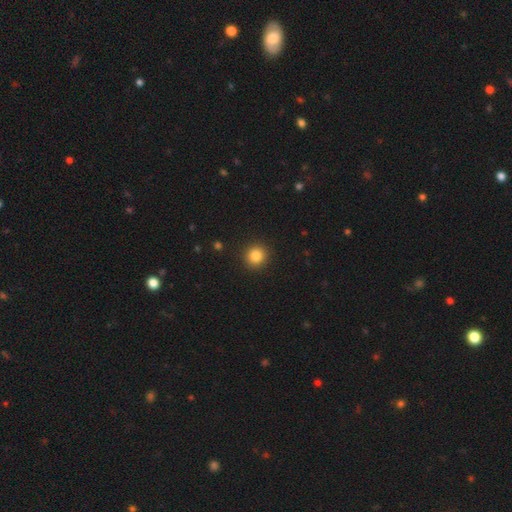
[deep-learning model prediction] Smooth or featured?
  - smooth: 84% *
  - star or artifact: 11%
  - featured or disk: 5%
How rounded?
  - round: 93% *
  - in between: 6%
  - cigar-shaped: 1%
Merging?
  - none: 92% *
  - minor disturbance: 5%
  - major disturbance: 2%
  - merger: 1%